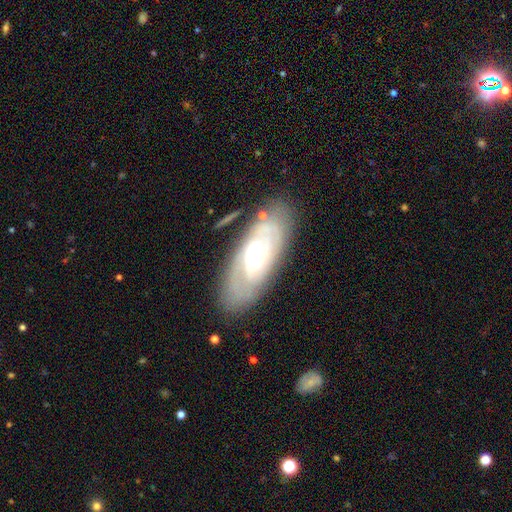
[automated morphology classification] Q: Smooth or featured?
A: featured or disk (69%); runner-up: smooth (25%)
Q: Edge-on disk?
A: no (87%); runner-up: yes (13%)
Q: Bar?
A: no (61%); runner-up: weak (29%)
Q: Spiral arms?
A: yes (72%); runner-up: no (28%)
Q: Bulge size?
A: moderate (56%); runner-up: large (32%)
Q: Merging?
A: none (76%); runner-up: minor disturbance (15%)